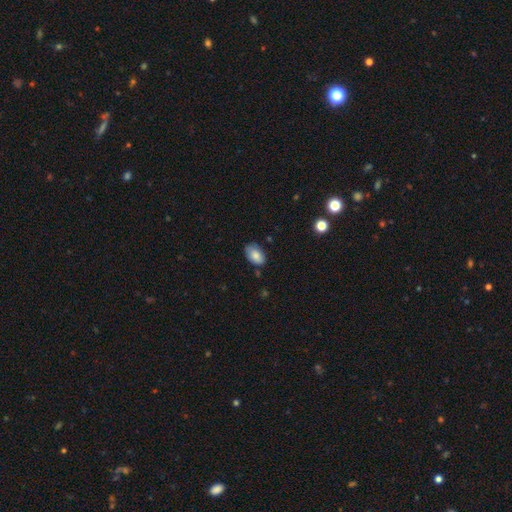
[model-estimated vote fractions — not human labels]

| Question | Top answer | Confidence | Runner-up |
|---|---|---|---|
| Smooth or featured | smooth | 82% | featured or disk (11%) |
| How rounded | in between | 91% | round (7%) |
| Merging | none | 73% | minor disturbance (21%) |